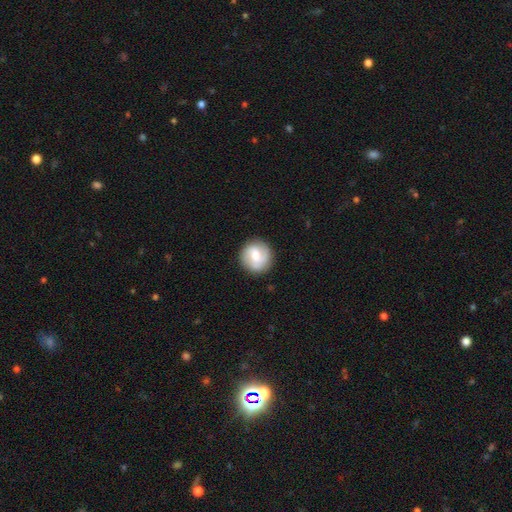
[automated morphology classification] A smooth galaxy with no disk features (48%).

Vote fractions:
- Smooth or featured? smooth: 48% / featured or disk: 45% / star or artifact: 7%
- Merging? none: 87% / minor disturbance: 9% / major disturbance: 3% / merger: 1%